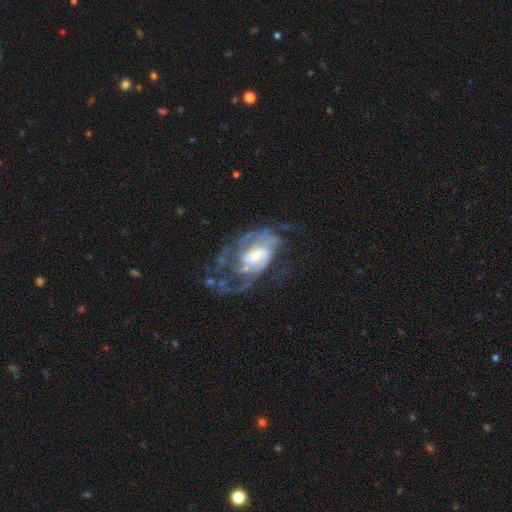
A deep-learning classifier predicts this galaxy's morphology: Smooth or featured? Predicted: featured or disk (p=0.83). Edge-on disk? Predicted: no (p=0.97). Bar? Predicted: no (p=0.50). Spiral arms? Predicted: yes (p=0.88). Spiral winding? Predicted: medium (p=0.42). Spiral arm count? Predicted: 2 (p=0.38). Bulge size? Predicted: moderate (p=0.42). Merging? Predicted: major disturbance (p=0.39).